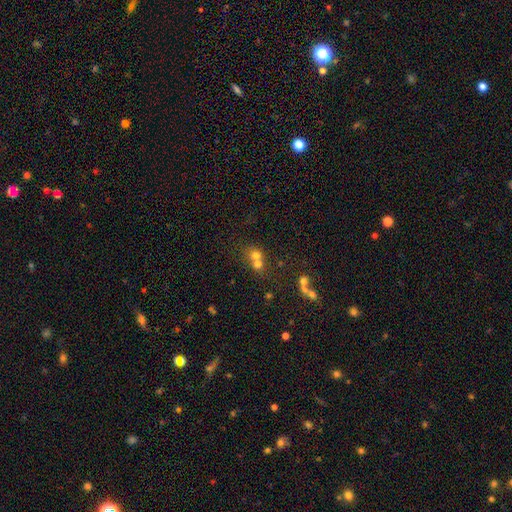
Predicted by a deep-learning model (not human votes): A smooth galaxy with no disk features (68%) that is round (80%). Merging: merger (58%).